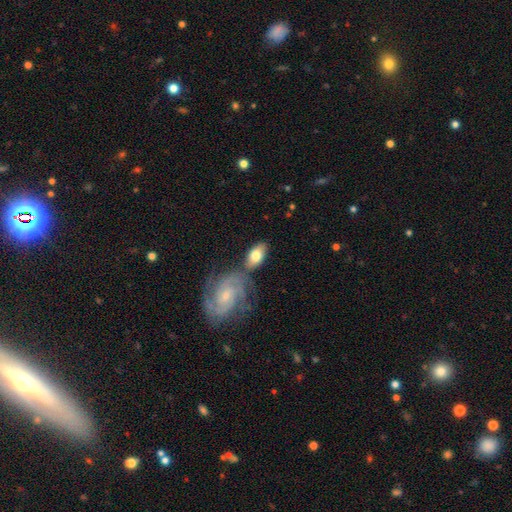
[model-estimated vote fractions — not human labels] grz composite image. It shows a smooth galaxy with no disk features (63%) that is in between round and cigar-shaped (90%). Merging: none (60%).